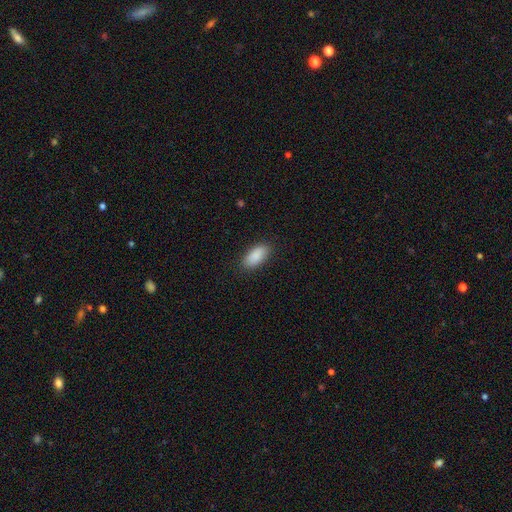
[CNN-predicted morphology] Overall: smooth (90%). How rounded: in between (91%). Merging: none (88%).